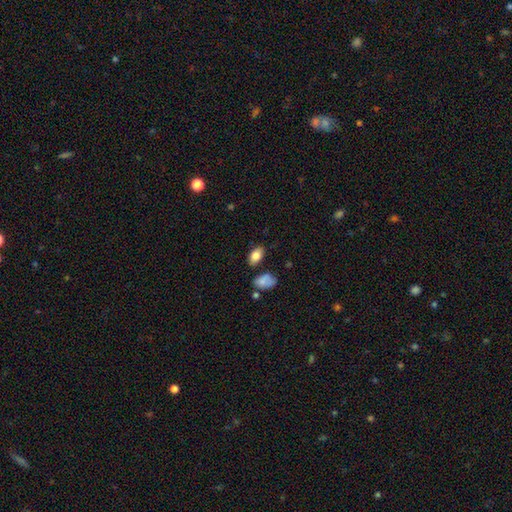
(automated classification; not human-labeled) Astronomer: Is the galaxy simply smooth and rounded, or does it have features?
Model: smooth — 83%.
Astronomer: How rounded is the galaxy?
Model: in between — 92%.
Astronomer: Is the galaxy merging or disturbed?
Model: none — 76%.